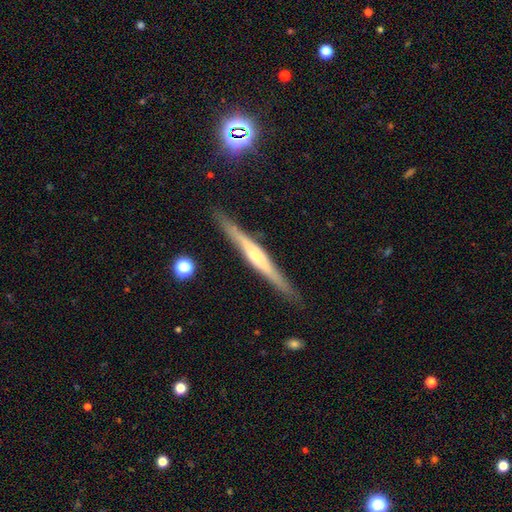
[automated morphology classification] Smooth or featured: featured or disk — 73% (smooth — 22%)
Edge-on disk: yes — 97% (no — 3%)
Edge-on bulge: rounded — 70% (none — 17%)
Merging: none — 88% (minor disturbance — 8%)